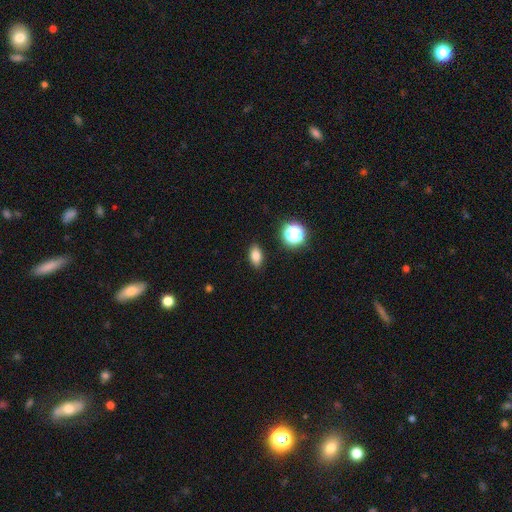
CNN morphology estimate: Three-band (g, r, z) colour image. It shows a smooth galaxy with no disk features (81%) that is in between round and cigar-shaped (85%). Merging: none (88%).